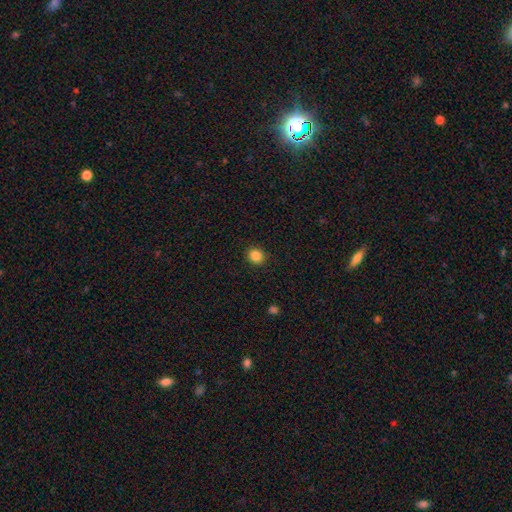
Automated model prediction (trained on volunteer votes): smooth 85%, star or artifact 11%, featured or disk 4%. Down the decision tree: how rounded — round (83%); merging — none (92%).